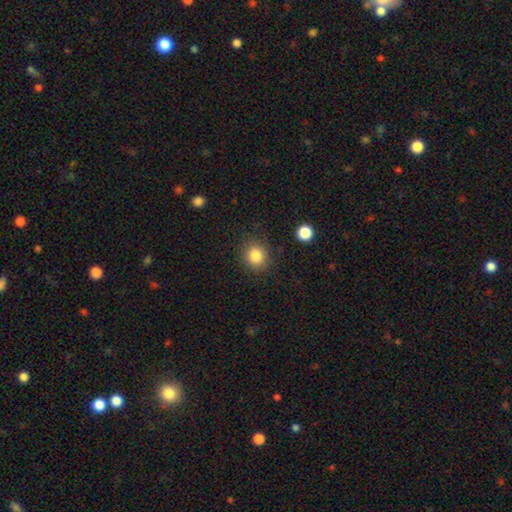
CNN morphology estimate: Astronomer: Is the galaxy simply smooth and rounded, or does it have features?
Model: smooth — 85%.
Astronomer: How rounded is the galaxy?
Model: round — 84%.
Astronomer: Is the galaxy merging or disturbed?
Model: none — 87%.